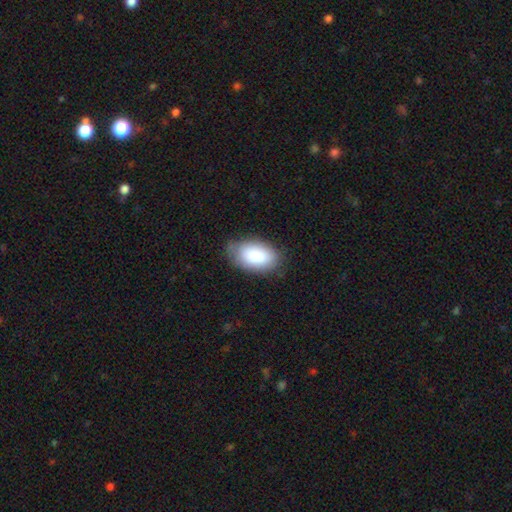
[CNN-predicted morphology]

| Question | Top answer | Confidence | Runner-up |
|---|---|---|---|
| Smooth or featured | smooth | 86% | featured or disk (7%) |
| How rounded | in between | 93% | round (6%) |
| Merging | none | 72% | minor disturbance (21%) |